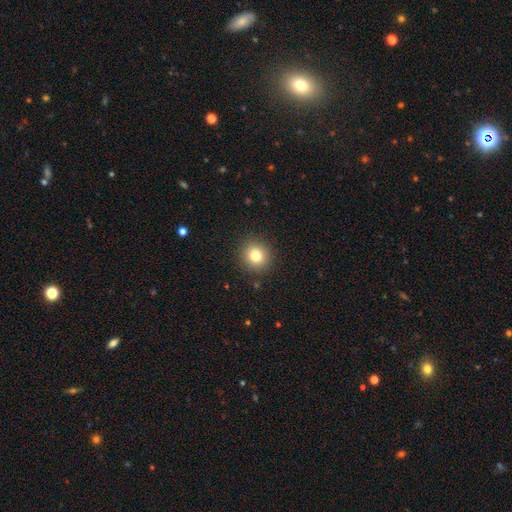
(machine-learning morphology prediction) Overall: smooth (80%). How rounded: round (91%). Merging: none (90%).